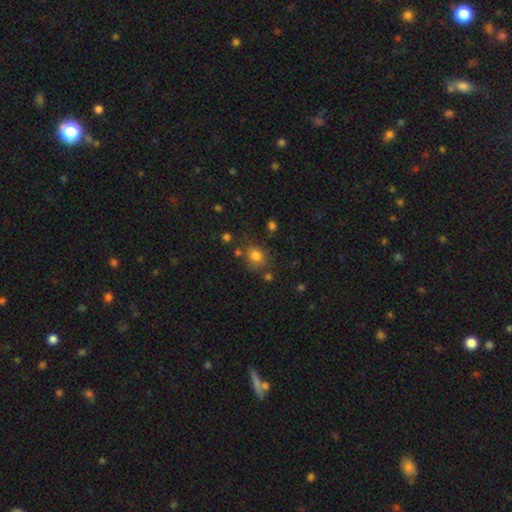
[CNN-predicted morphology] smooth 78%, star or artifact 14%, featured or disk 8%. Down the decision tree: how rounded — round (72%); merging — none (70%).